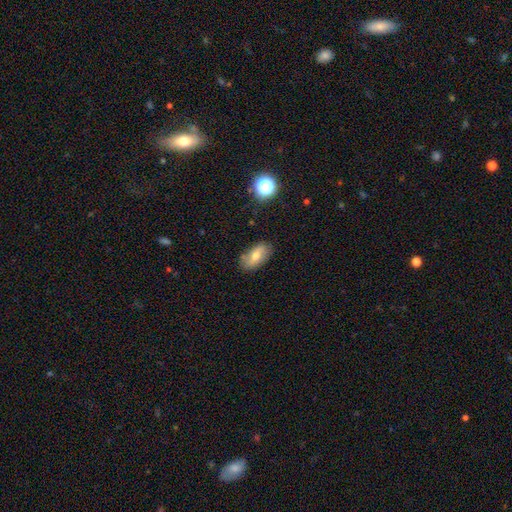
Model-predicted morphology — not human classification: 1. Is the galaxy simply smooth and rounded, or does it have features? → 62% smooth, 29% featured or disk, 9% star or artifact.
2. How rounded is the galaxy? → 89% in between, 6% cigar-shaped, 5% round.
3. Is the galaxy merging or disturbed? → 80% none, 15% minor disturbance, 3% major disturbance, 2% merger.